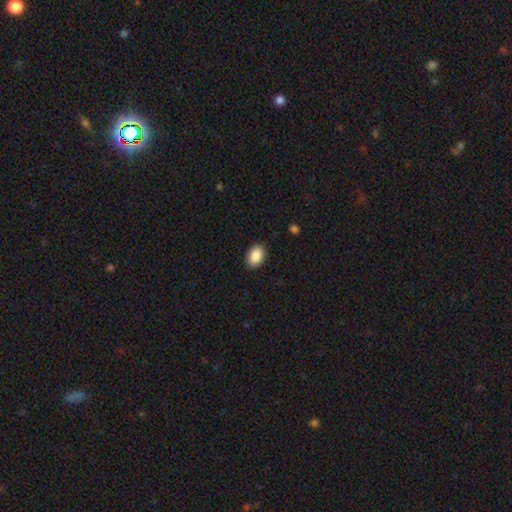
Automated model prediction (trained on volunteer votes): Q: Smooth or featured?
A: smooth (89%); runner-up: star or artifact (7%)
Q: How rounded?
A: in between (84%); runner-up: round (15%)
Q: Merging?
A: none (89%); runner-up: minor disturbance (8%)